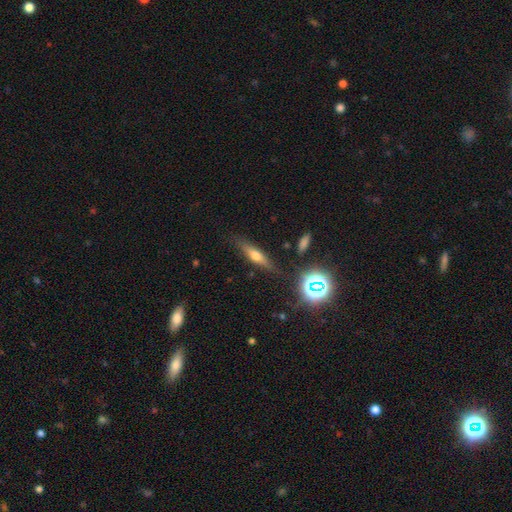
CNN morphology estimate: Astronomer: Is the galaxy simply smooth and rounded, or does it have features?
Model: featured or disk — 45% (runner-up: smooth, 43%).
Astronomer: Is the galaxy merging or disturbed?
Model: none — 82%.